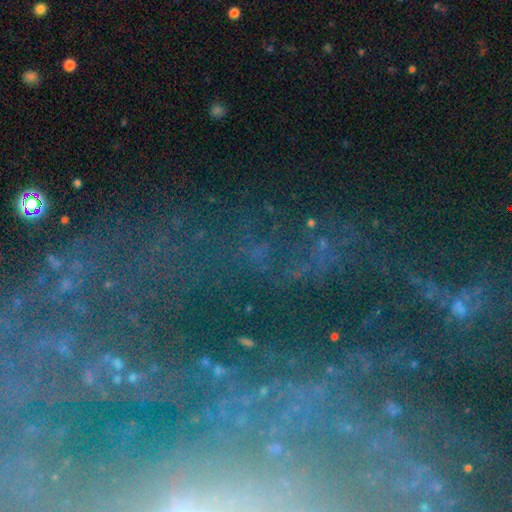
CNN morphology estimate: Smooth or featured? star or artifact (49%)